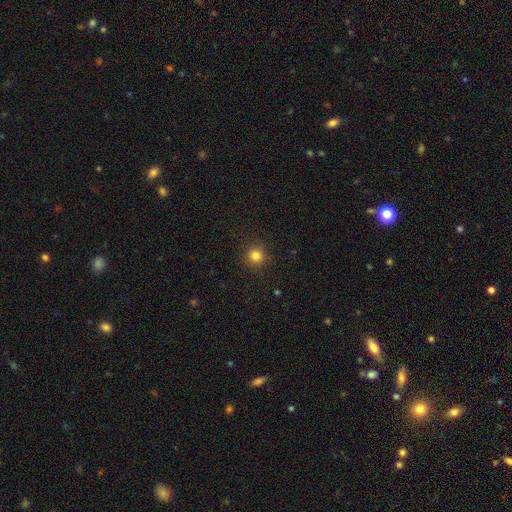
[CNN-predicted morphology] smooth_or_featured: smooth (p=0.82) [alt: star or artifact p=0.13]
how_rounded: round (p=0.94) [alt: in between p=0.05]
merging: none (p=0.90) [alt: minor disturbance p=0.07]